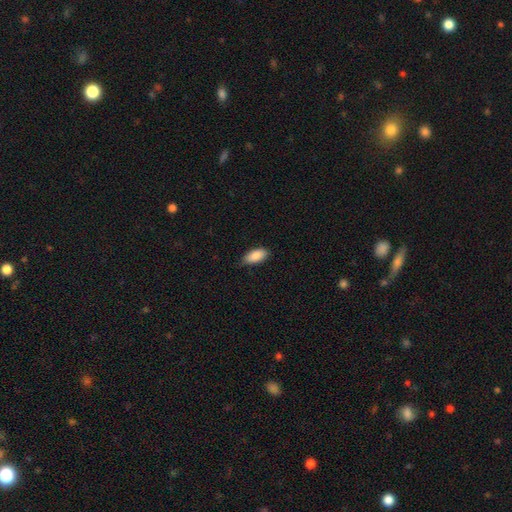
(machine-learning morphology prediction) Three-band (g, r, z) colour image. It shows a smooth galaxy with no disk features (88%) that is in between round and cigar-shaped (91%). Merging: none (77%).